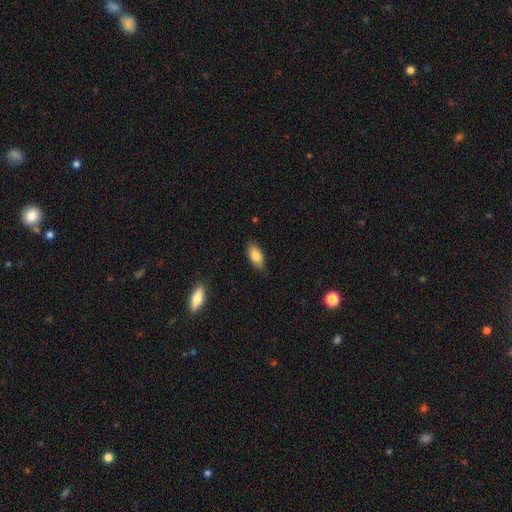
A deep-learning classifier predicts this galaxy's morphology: smooth 83%, featured or disk 10%, star or artifact 7%. Down the decision tree: how rounded — in between (89%); merging — none (83%).